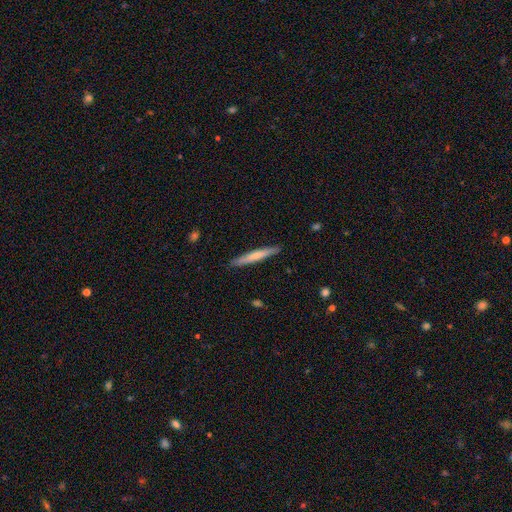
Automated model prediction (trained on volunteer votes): Smooth or featured: smooth — 65% (featured or disk — 30%)
How rounded: cigar-shaped — 96% (in between — 3%)
Merging: none — 90% (minor disturbance — 7%)